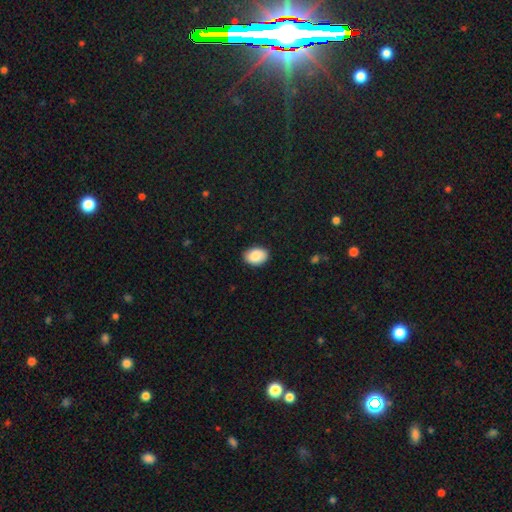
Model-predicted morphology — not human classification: Smooth or featured: smooth — 85% (featured or disk — 8%)
How rounded: in between — 75% (round — 24%)
Merging: none — 85% (minor disturbance — 11%)